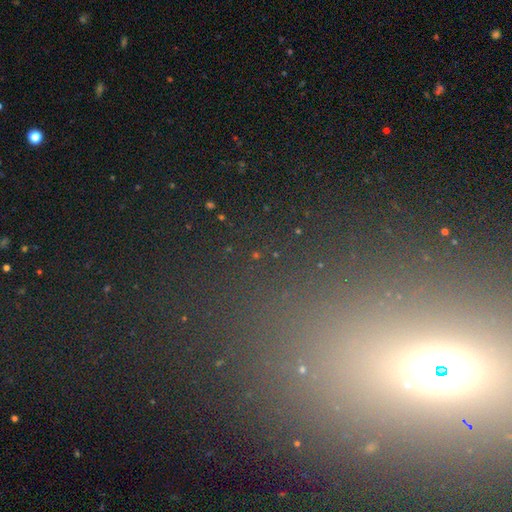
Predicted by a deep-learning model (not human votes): This is likely a star or artifact rather than a galaxy (61%).